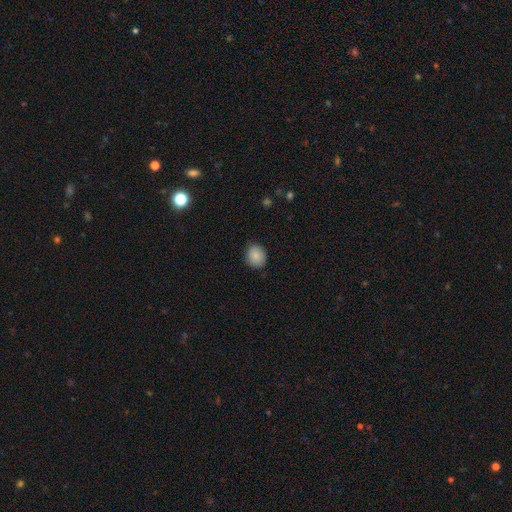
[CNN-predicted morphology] smooth_or_featured: smooth (p=0.87) [alt: star or artifact p=0.08]
how_rounded: round (p=0.65) [alt: in between p=0.34]
merging: none (p=0.86) [alt: minor disturbance p=0.11]